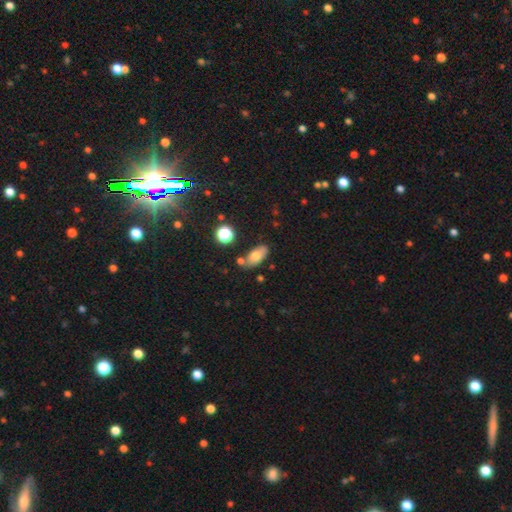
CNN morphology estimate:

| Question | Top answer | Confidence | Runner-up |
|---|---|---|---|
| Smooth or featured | smooth | 71% | featured or disk (19%) |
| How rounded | in between | 88% | round (6%) |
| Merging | none | 69% | minor disturbance (17%) |